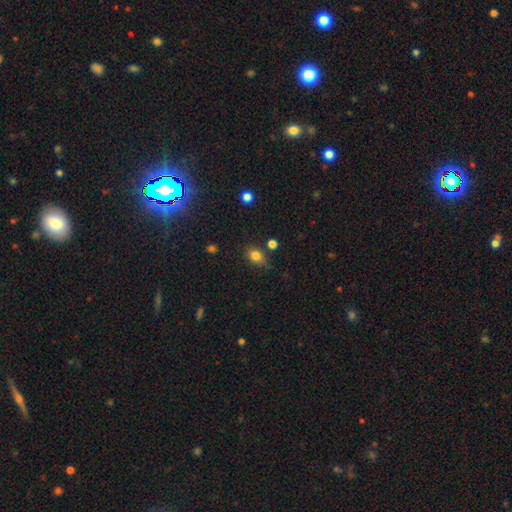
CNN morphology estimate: This appears to be a smooth galaxy with no disk features (82%) that is in between round and cigar-shaped (63%). Merging: none (70%).